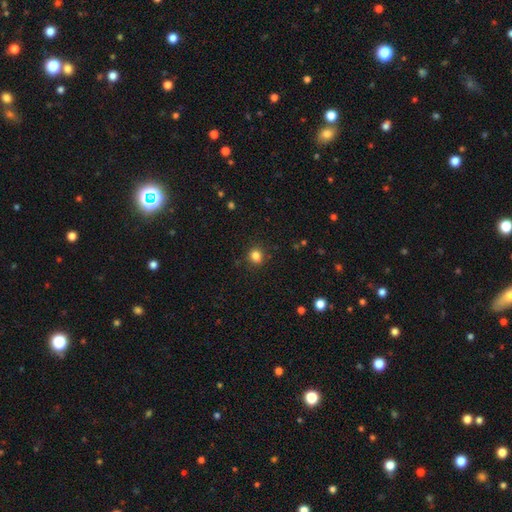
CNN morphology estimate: Smooth or featured? smooth (83%)
How rounded? round (82%)
Merging? none (88%)